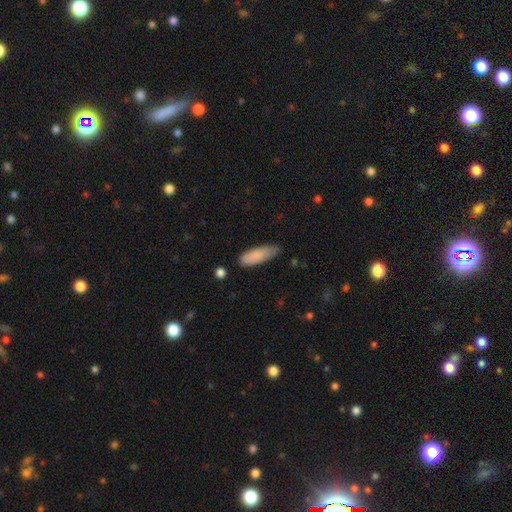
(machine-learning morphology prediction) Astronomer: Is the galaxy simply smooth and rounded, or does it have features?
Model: smooth — 86%.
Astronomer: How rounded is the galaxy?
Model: in between — 61% (runner-up: cigar-shaped, 38%).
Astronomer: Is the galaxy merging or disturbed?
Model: none — 65%.